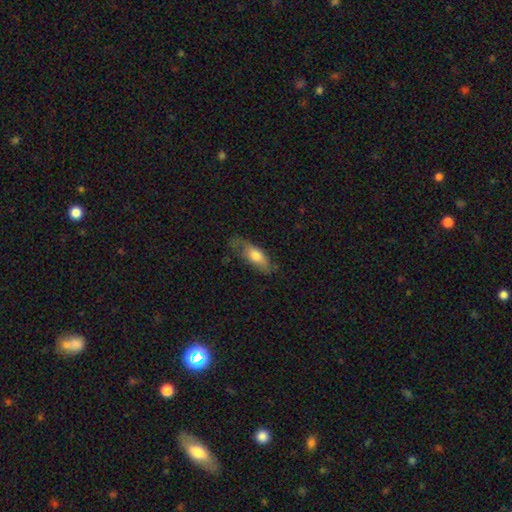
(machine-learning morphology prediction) Smooth or featured: smooth — 69% (featured or disk — 25%)
How rounded: in between — 74% (cigar-shaped — 23%)
Merging: none — 51% (minor disturbance — 32%)